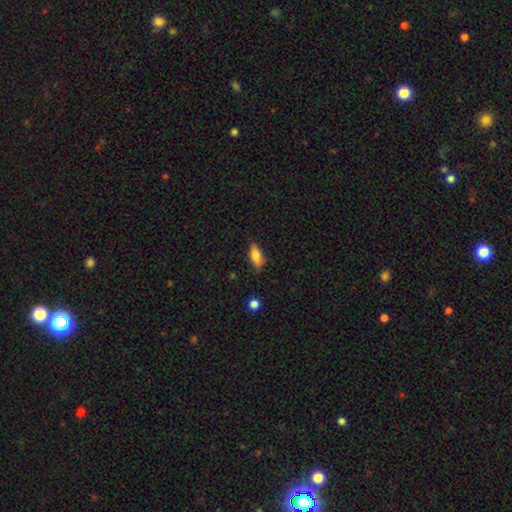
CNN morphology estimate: A smooth galaxy with no disk features (78%) that is in between round and cigar-shaped (73%).

Vote fractions:
- Smooth or featured? smooth: 78% / featured or disk: 14% / star or artifact: 7%
- How rounded? in between: 73% / cigar-shaped: 24% / round: 3%
- Merging? none: 74% / minor disturbance: 21% / major disturbance: 4% / merger: 2%